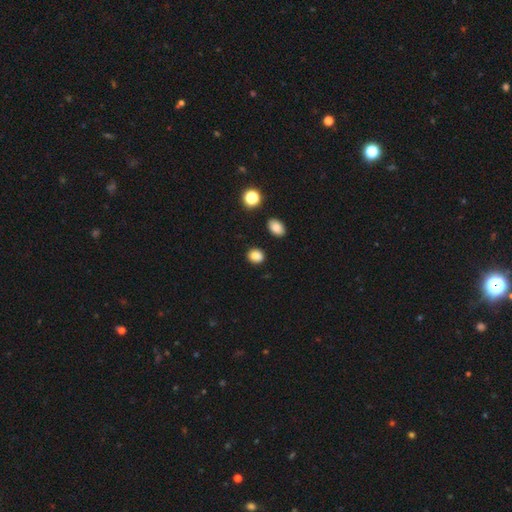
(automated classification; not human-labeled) Q: Smooth or featured?
A: smooth (85%); runner-up: star or artifact (10%)
Q: How rounded?
A: round (62%); runner-up: in between (37%)
Q: Merging?
A: none (87%); runner-up: minor disturbance (8%)